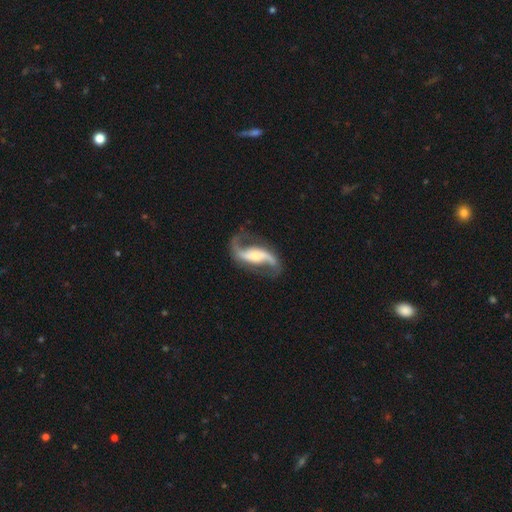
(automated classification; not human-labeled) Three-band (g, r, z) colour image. It shows a featured or disk galaxy (90%) with a strong bar (40%), 2 (93%) loose (73%) spiral arms (97%) and a moderate central bulge (45%). Merging: none (78%).